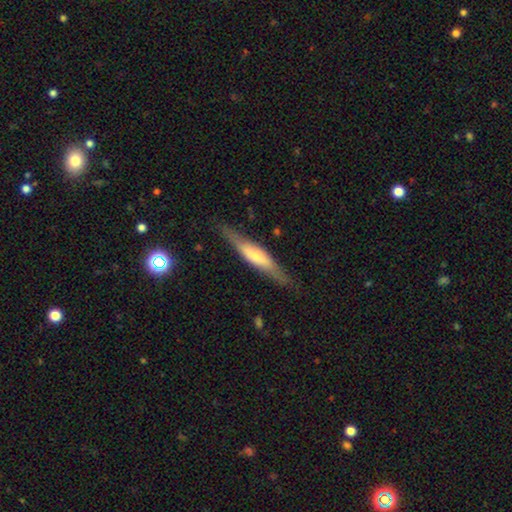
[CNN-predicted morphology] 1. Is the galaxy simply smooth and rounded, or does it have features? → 53% featured or disk, 41% smooth, 5% star or artifact.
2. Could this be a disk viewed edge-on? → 87% yes, 13% no.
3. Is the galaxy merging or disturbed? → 81% none, 14% minor disturbance, 4% major disturbance, 1% merger.